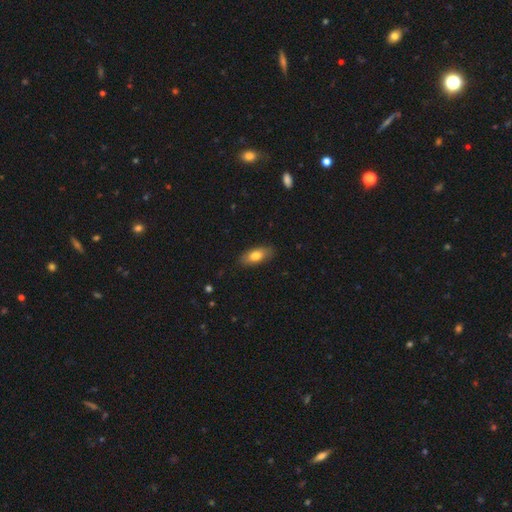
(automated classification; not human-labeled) Smooth or featured? Predicted: smooth (p=0.76). How rounded? Predicted: in between (p=0.84). Merging? Predicted: none (p=0.85).